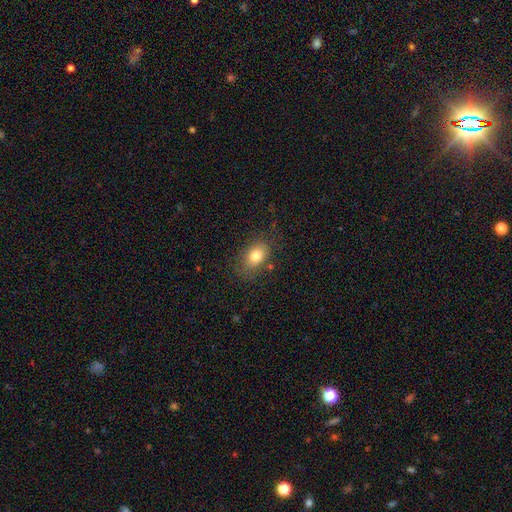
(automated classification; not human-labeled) Smooth or featured: smooth — 78% (featured or disk — 12%)
How rounded: in between — 79% (round — 19%)
Merging: none — 79% (minor disturbance — 14%)